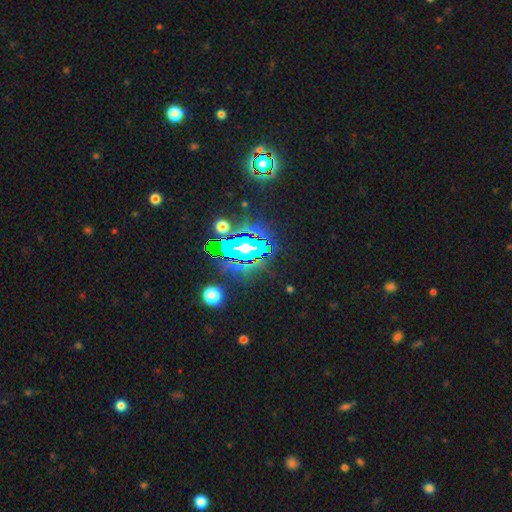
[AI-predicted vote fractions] Smooth or featured? star or artifact (83%)